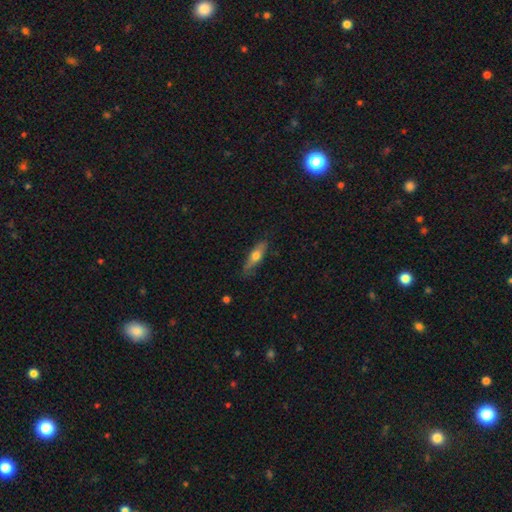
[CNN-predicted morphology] Overall: smooth (58%; featured or disk 36%). How rounded: cigar-shaped (56%; in between 41%). Merging: none (75%).